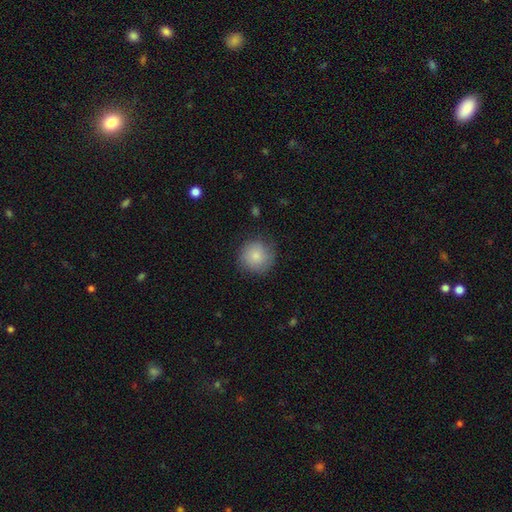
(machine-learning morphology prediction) smooth_or_featured: smooth (p=0.84) [alt: featured or disk p=0.09]
how_rounded: round (p=0.94) [alt: in between p=0.05]
merging: none (p=0.81) [alt: minor disturbance p=0.14]